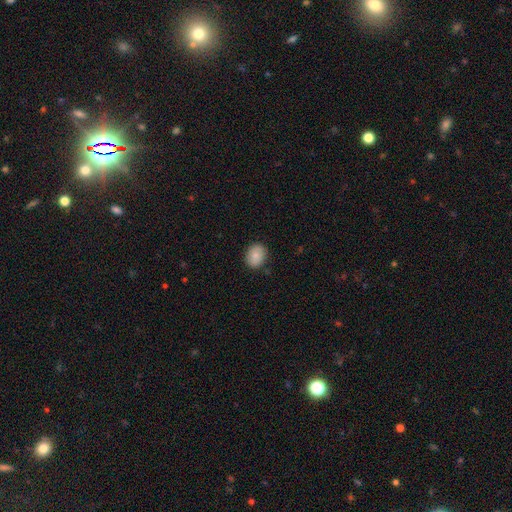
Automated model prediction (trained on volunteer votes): smooth_or_featured: smooth (p=0.84) [alt: featured or disk p=0.08]
how_rounded: round (p=0.50) [alt: in between p=0.49]
merging: none (p=0.86) [alt: minor disturbance p=0.11]